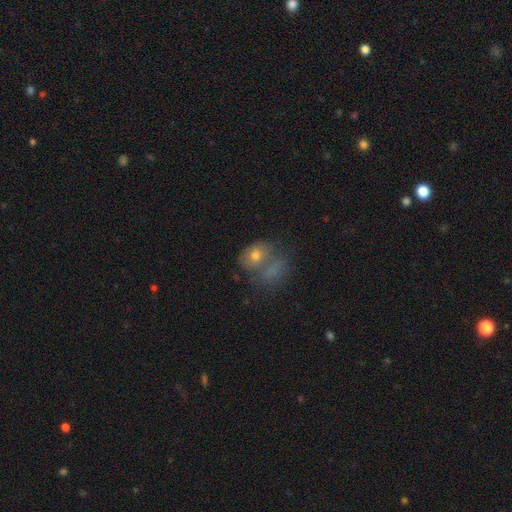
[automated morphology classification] A smooth galaxy with no disk features (67%) that is in between round and cigar-shaped (54%).

Vote fractions:
- Smooth or featured? smooth: 67% / featured or disk: 22% / star or artifact: 11%
- How rounded? in between: 54% / round: 45% / cigar-shaped: 1%
- Merging? merger: 47% / none: 27% / minor disturbance: 14% / major disturbance: 12%